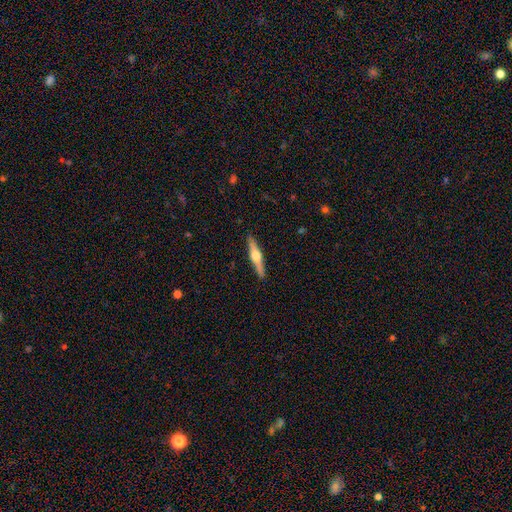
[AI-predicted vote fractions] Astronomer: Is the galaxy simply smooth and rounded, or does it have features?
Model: featured or disk — 69%.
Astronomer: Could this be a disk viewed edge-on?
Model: yes — 98%.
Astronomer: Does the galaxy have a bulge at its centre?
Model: rounded — 95%.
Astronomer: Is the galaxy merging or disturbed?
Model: none — 91%.